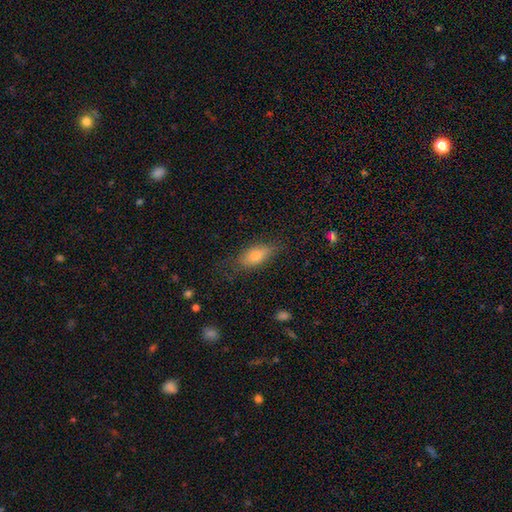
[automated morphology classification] smooth_or_featured: smooth (p=0.73) [alt: featured or disk p=0.19]
how_rounded: in between (p=0.81) [alt: cigar-shaped p=0.15]
merging: none (p=0.70) [alt: minor disturbance p=0.21]